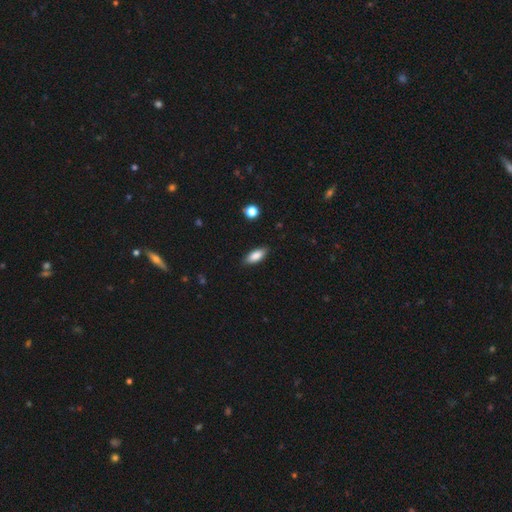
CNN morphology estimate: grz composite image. It shows a smooth galaxy with no disk features (86%) that is in between round and cigar-shaped (78%). Merging: none (87%).